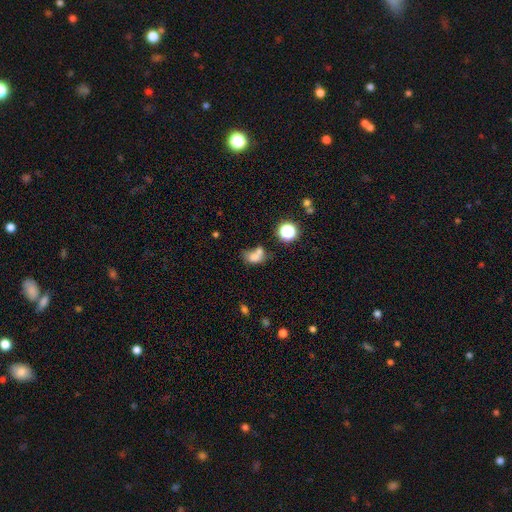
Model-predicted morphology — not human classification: This appears to be a smooth galaxy with no disk features (68%) that is in between round and cigar-shaped (65%). Merging: merger (46%).